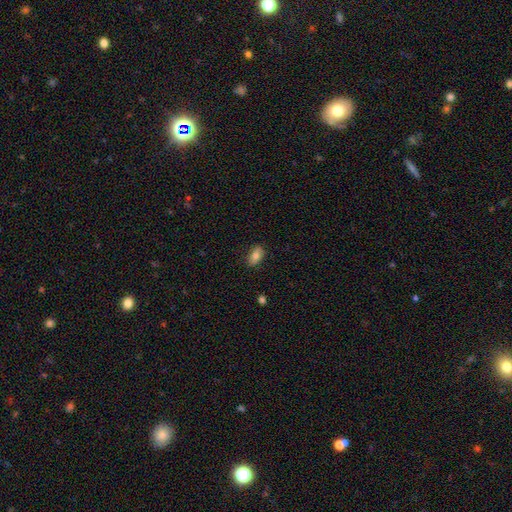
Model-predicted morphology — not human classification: Smooth or featured: smooth — 81% (featured or disk — 12%)
How rounded: in between — 90% (cigar-shaped — 6%)
Merging: none — 86% (minor disturbance — 11%)